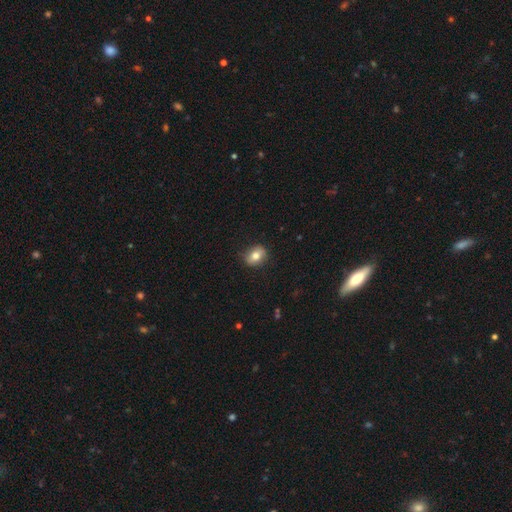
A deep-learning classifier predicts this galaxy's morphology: smooth 76%, featured or disk 16%, star or artifact 8%. Down the decision tree: how rounded — in between (60%); merging — none (84%).